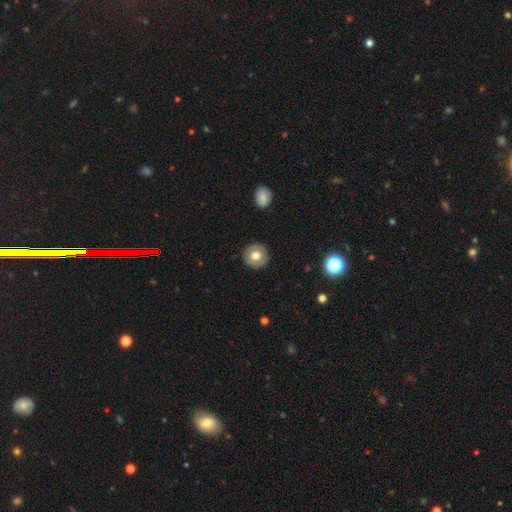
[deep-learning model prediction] Smooth or featured: smooth — 71% (featured or disk — 21%)
How rounded: round — 93% (in between — 6%)
Merging: none — 90% (minor disturbance — 7%)